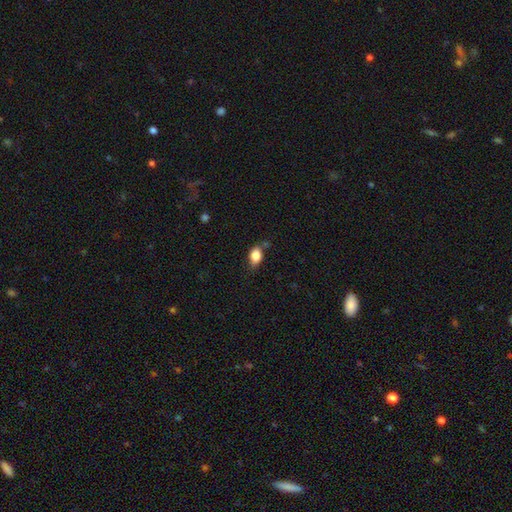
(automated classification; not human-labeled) Smooth or featured: smooth — 84% (star or artifact — 8%)
How rounded: in between — 84% (round — 14%)
Merging: none — 66% (minor disturbance — 24%)